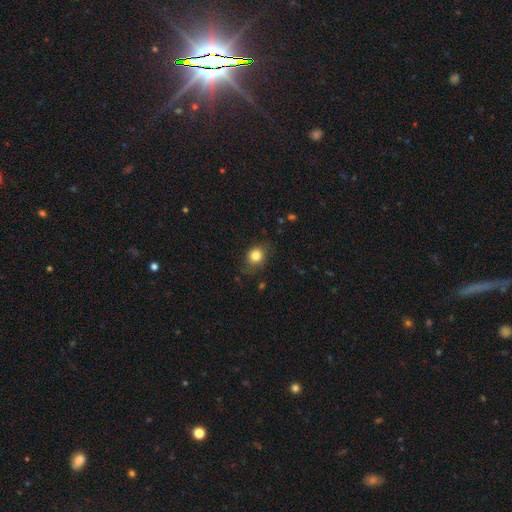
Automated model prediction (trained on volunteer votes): smooth_or_featured: smooth (p=0.82) [alt: star or artifact p=0.10]
how_rounded: round (p=0.61) [alt: in between p=0.38]
merging: none (p=0.72) [alt: minor disturbance p=0.20]